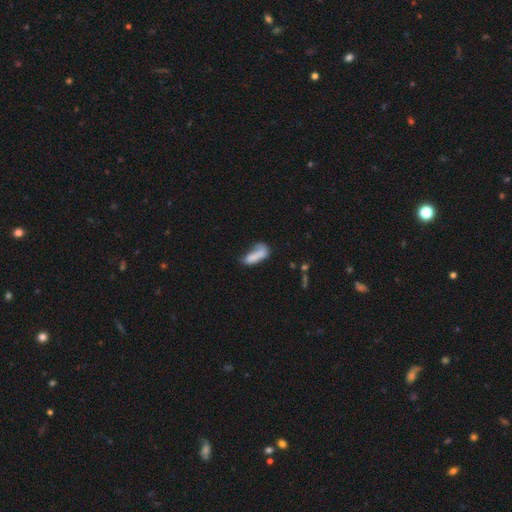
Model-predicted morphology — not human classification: Smooth or featured?
  - smooth: 73% *
  - featured or disk: 18%
  - star or artifact: 9%
How rounded?
  - in between: 57% *
  - cigar-shaped: 40%
  - round: 3%
Merging?
  - none: 31% *
  - merger: 26%
  - minor disturbance: 22%
  - major disturbance: 21%